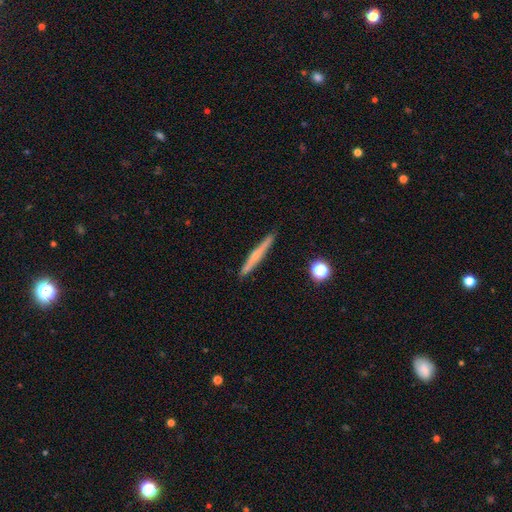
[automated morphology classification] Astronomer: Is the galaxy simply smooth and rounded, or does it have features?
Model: featured or disk — 50% (runner-up: smooth, 43%).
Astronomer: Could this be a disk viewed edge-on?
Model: yes — 96%.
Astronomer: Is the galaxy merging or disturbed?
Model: none — 90%.